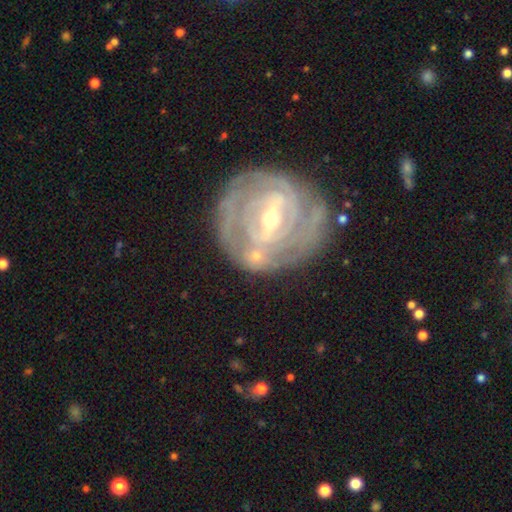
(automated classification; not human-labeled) A featured or disk galaxy (84%) with a strong bar (49%), tight (77%) spiral arms (88%) and a small central bulge (48%). Merging: none (68%).